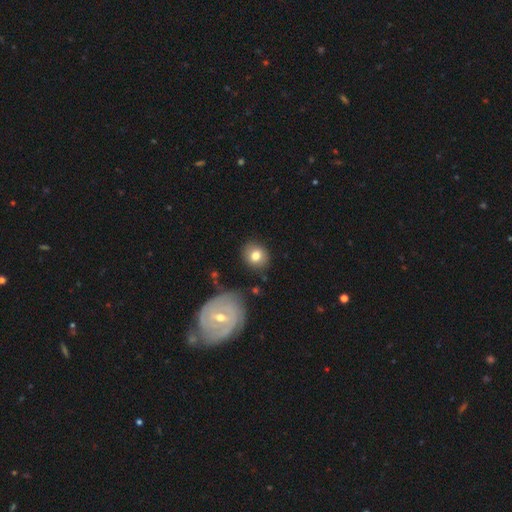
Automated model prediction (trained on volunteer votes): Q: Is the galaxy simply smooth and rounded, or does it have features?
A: smooth — 77%.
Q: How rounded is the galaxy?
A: round — 79%.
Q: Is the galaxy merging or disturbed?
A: none — 84%.